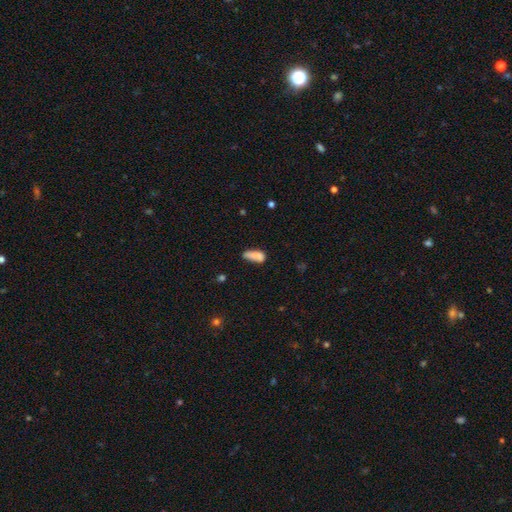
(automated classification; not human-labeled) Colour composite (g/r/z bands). It shows a smooth galaxy with no disk features (82%) that is in between round and cigar-shaped (72%). Merging: none (56%).